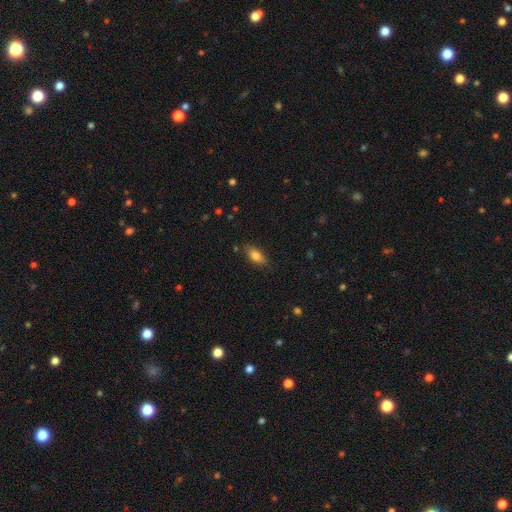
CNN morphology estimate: The model was most divided on "merging": none: 82%, minor disturbance: 13%, major disturbance: 3%, merger: 2%. More confident: how rounded — in between (84%); smooth or featured — smooth (80%).